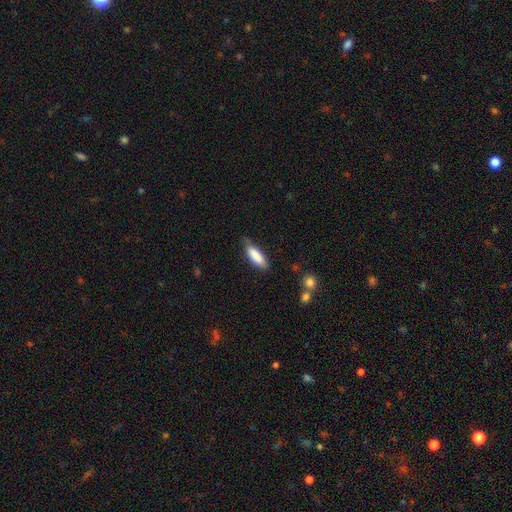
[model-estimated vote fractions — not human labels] A smooth galaxy with no disk features (84%) that is in between round and cigar-shaped (56%).

Vote fractions:
- Smooth or featured? smooth: 84% / featured or disk: 10% / star or artifact: 6%
- How rounded? in between: 56% / cigar-shaped: 43% / round: 2%
- Merging? none: 60% / minor disturbance: 31% / major disturbance: 6% / merger: 2%